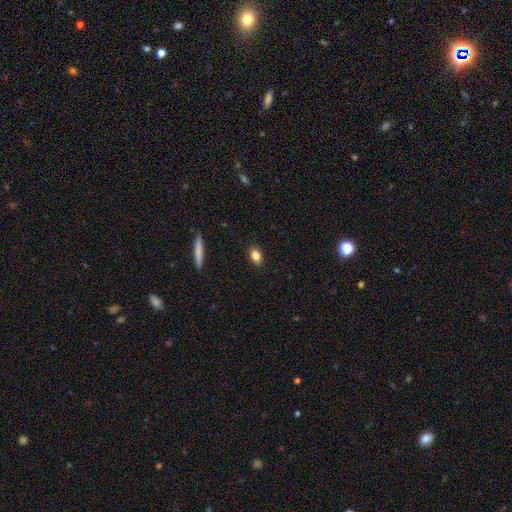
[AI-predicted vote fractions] smooth 82%, featured or disk 9%, star or artifact 9%. Down the decision tree: how rounded — in between (79%); merging — none (88%).